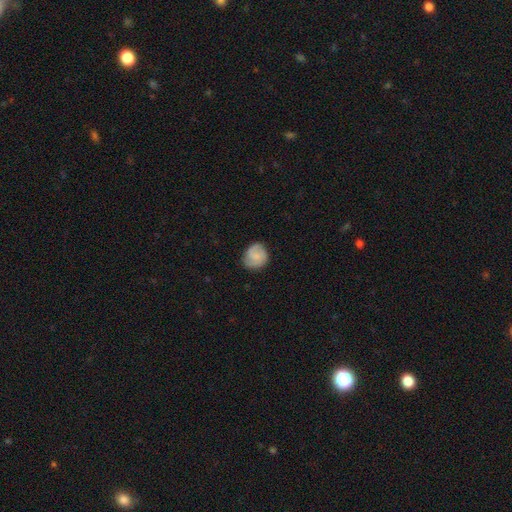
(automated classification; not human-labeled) Smooth or featured? smooth (66%)
How rounded? round (80%)
Merging? none (75%)